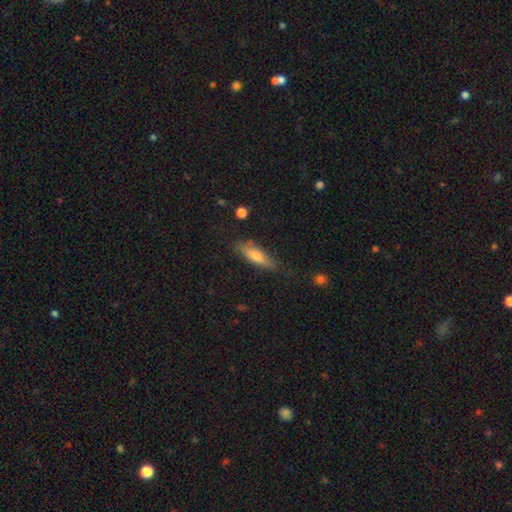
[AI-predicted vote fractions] Morphology: type=smooth (60%); roundness=cigar-shaped (64%); merging=none (79%).